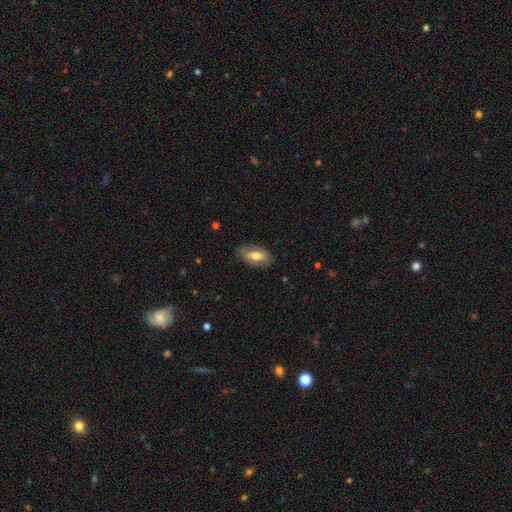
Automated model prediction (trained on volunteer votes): A smooth galaxy with no disk features (56%) that is in between round and cigar-shaped (89%).

Vote fractions:
- Smooth or featured? smooth: 56% / featured or disk: 38% / star or artifact: 7%
- How rounded? in between: 89% / cigar-shaped: 7% / round: 4%
- Merging? none: 80% / minor disturbance: 15% / major disturbance: 4% / merger: 1%